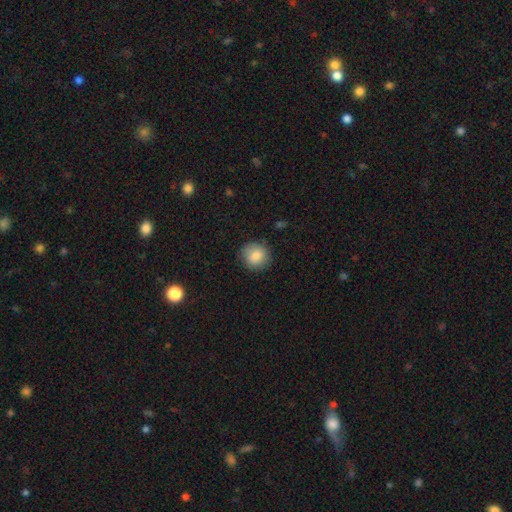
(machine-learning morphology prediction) smooth-or-featured: smooth: 84% | star or artifact: 8% | featured or disk: 8%
  how-rounded: round: 90% | in between: 9% | cigar-shaped: 1%
  merging: none: 86% | minor disturbance: 11% | major disturbance: 3% | merger: 1%